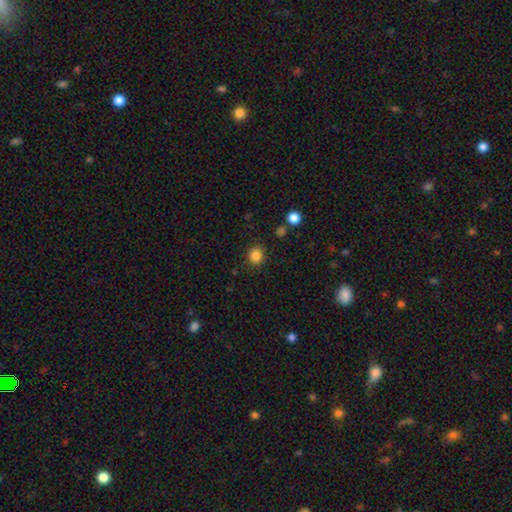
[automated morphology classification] Smooth or featured?
  - smooth: 85% *
  - star or artifact: 11%
  - featured or disk: 4%
How rounded?
  - round: 83% *
  - in between: 16%
  - cigar-shaped: 1%
Merging?
  - none: 88% *
  - minor disturbance: 8%
  - major disturbance: 3%
  - merger: 2%